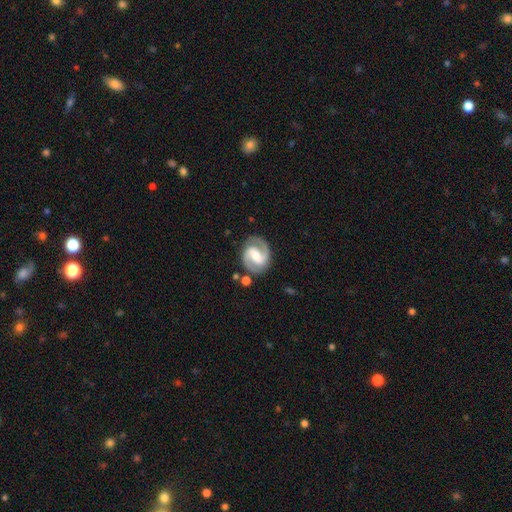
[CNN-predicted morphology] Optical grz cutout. It shows a featured or disk galaxy (90%) with a strong bar (43%), 2 (94%) medium (53%) spiral arms (98%) and a moderate central bulge (59%). Merging: none (84%).